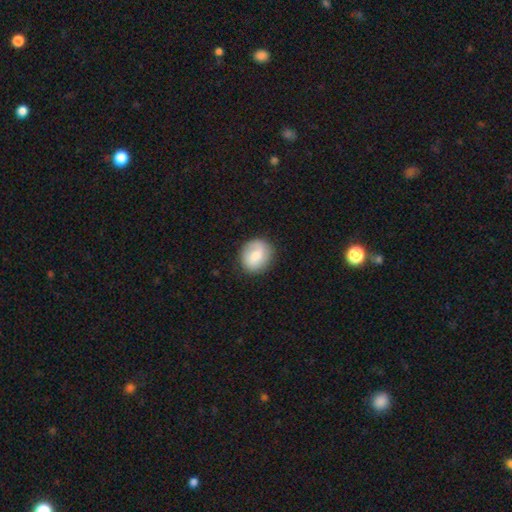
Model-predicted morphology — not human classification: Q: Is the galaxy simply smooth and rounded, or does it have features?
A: smooth — 68%.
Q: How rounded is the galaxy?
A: round — 74%.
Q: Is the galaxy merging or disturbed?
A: none — 83%.